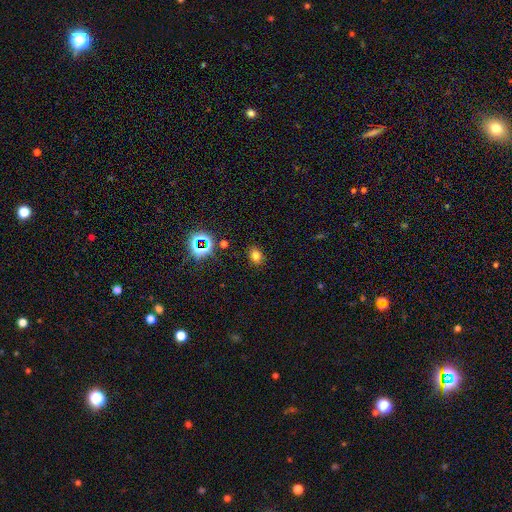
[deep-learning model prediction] A smooth galaxy with no disk features (72%) that is in between round and cigar-shaped (55%). Merging: none (86%).